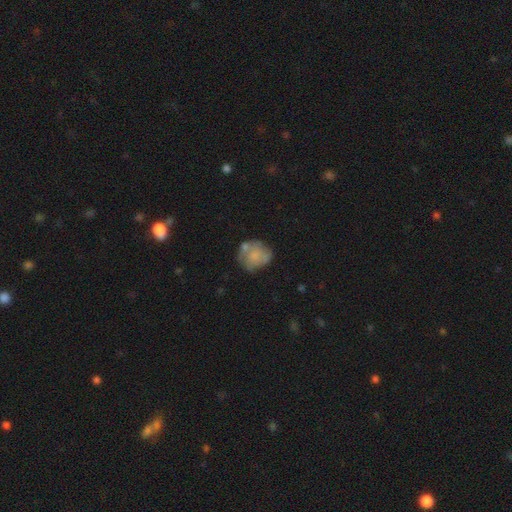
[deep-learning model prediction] This is possibly a smooth galaxy (57%). How rounded: likely round (78%). Merging: possibly none (50%).